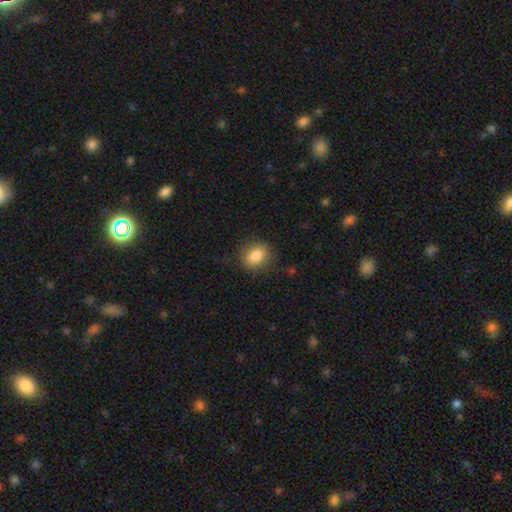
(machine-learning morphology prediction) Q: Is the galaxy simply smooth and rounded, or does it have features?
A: smooth — 83%.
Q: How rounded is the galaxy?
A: in between — 53%.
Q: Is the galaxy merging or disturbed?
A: none — 84%.